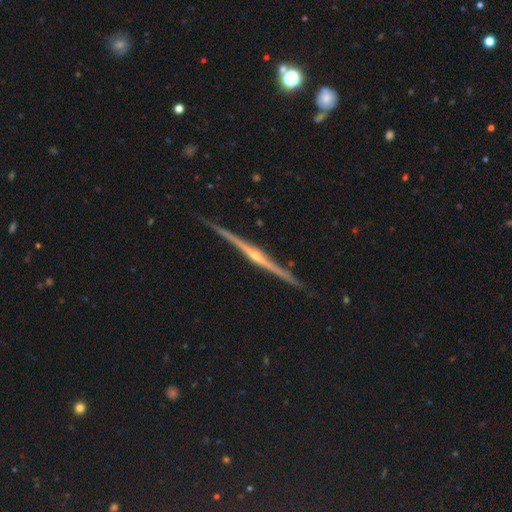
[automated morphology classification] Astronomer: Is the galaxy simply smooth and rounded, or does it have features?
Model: featured or disk — 83%.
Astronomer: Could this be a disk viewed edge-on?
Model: yes — 98%.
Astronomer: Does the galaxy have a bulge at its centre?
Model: rounded — 81%.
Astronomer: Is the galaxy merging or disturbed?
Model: none — 92%.